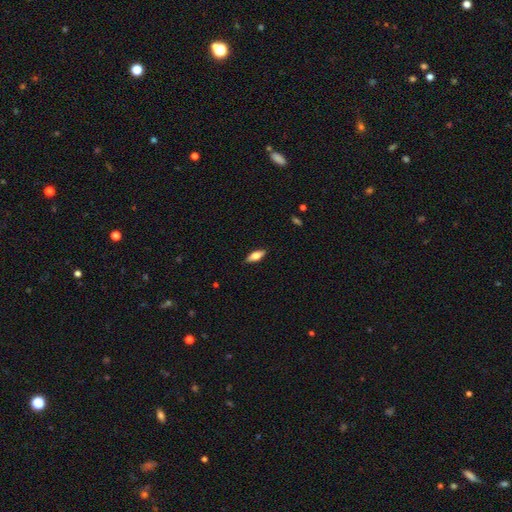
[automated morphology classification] smooth-or-featured: smooth: 66% | featured or disk: 28% | star or artifact: 7%
  how-rounded: in between: 72% | cigar-shaped: 25% | round: 3%
  merging: none: 87% | minor disturbance: 10% | major disturbance: 2% | merger: 1%